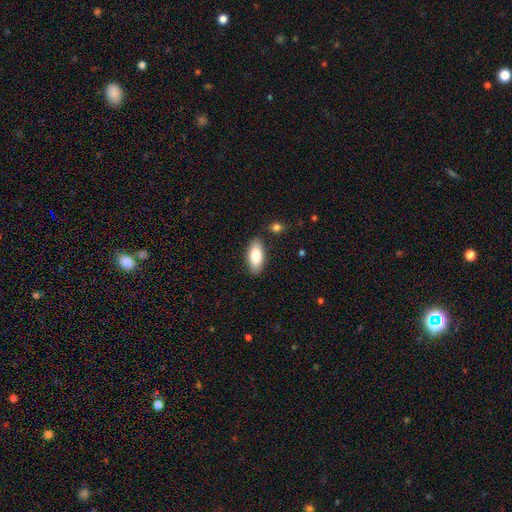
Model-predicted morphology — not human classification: This appears to be a smooth galaxy with no disk features (83%) that is in between round and cigar-shaped (87%). Merging: none (84%).